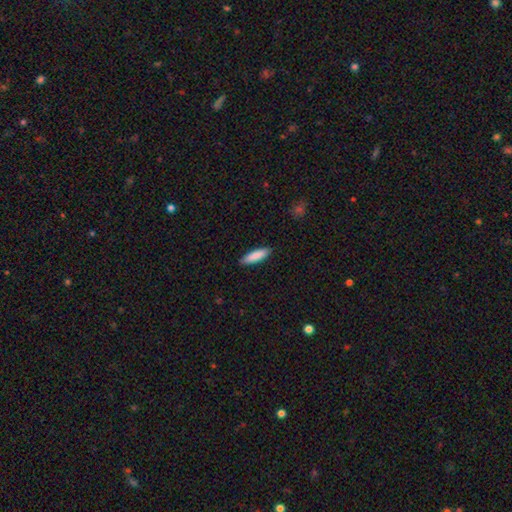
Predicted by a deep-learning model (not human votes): smooth-or-featured: smooth: 87% | featured or disk: 8% | star or artifact: 5%
  how-rounded: cigar-shaped: 63% | in between: 36% | round: 1%
  merging: none: 90% | minor disturbance: 8% | major disturbance: 2% | merger: 1%